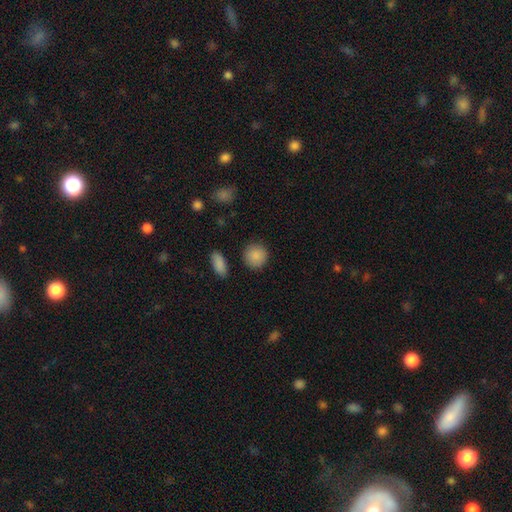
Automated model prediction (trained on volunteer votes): This is clearly a smooth galaxy (88%). How rounded: clearly round (89%). Merging: clearly none (88%).